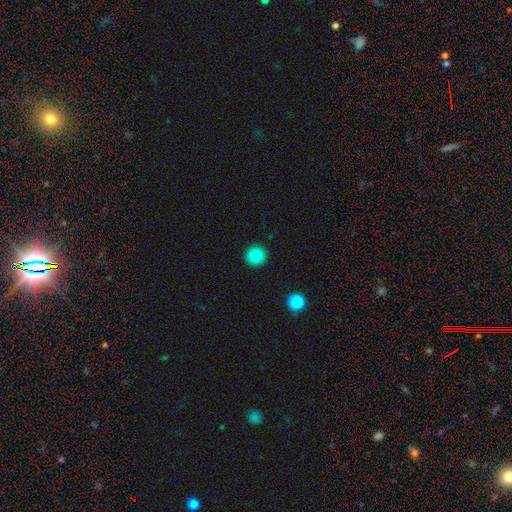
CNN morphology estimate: Smooth or featured? Predicted: smooth (p=0.86). How rounded? Predicted: round (p=0.93). Merging? Predicted: none (p=0.92).